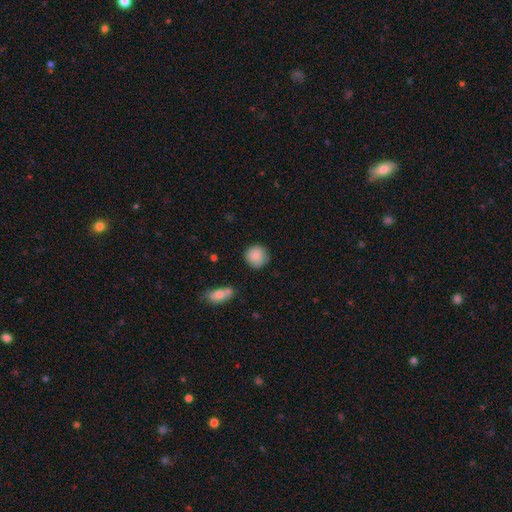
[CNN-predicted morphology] A smooth galaxy with no disk features (87%) that is round (91%).

Vote fractions:
- Smooth or featured? smooth: 87% / star or artifact: 7% / featured or disk: 6%
- How rounded? round: 91% / in between: 8% / cigar-shaped: 1%
- Merging? none: 80% / minor disturbance: 14% / major disturbance: 3% / merger: 3%